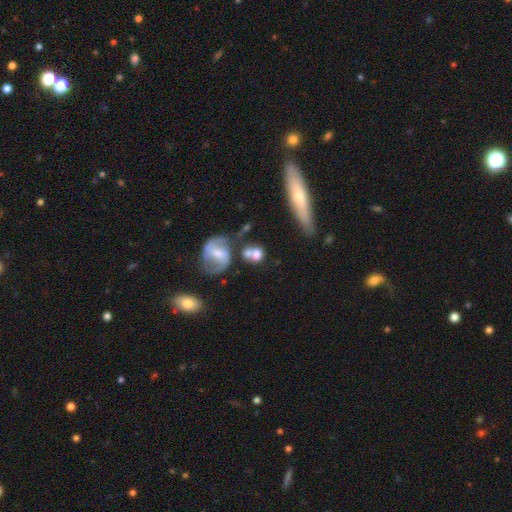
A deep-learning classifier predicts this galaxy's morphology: A smooth galaxy with no disk features (66%) that is round (71%). Merging: none (43%).